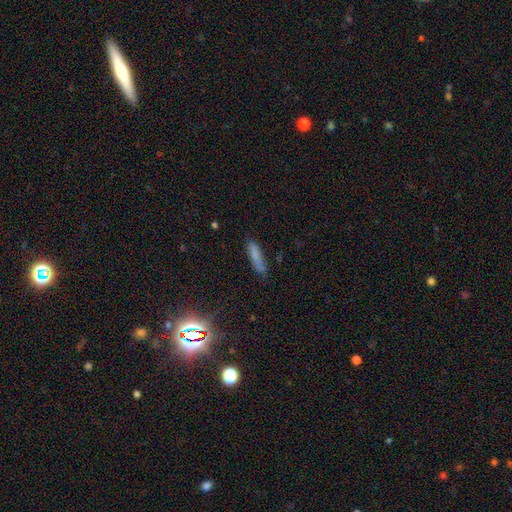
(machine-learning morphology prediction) This appears to be a smooth galaxy with no disk features (76%) that is cigar-shaped (75%). Merging: none (79%).